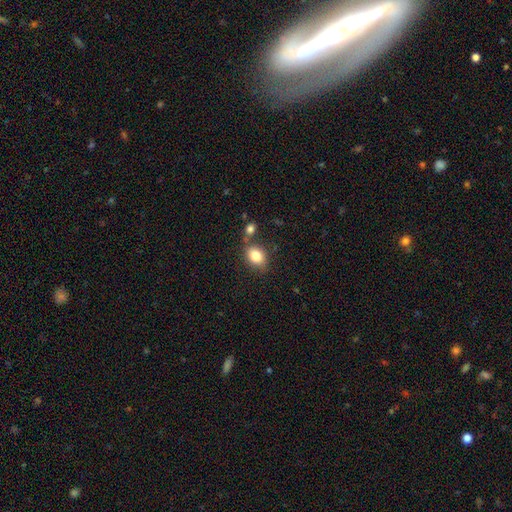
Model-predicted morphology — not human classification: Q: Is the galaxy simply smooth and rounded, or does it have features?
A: smooth — 83%.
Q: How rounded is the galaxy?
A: in between — 64%.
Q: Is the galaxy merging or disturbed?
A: none — 68%.